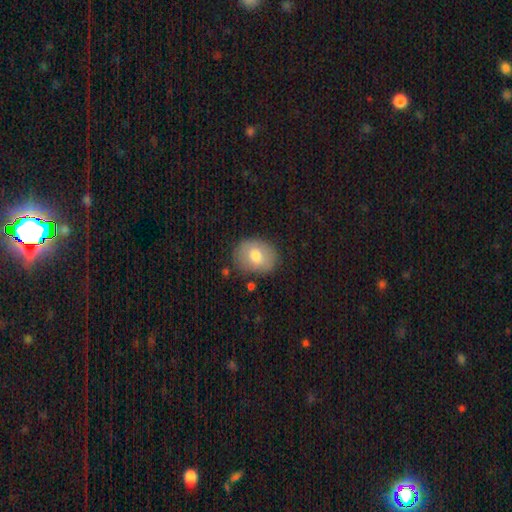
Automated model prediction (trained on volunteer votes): smooth-or-featured: smooth: 71% | featured or disk: 21% | star or artifact: 7%
  how-rounded: in between: 65% | round: 34% | cigar-shaped: 1%
  merging: none: 81% | minor disturbance: 14% | major disturbance: 3% | merger: 2%